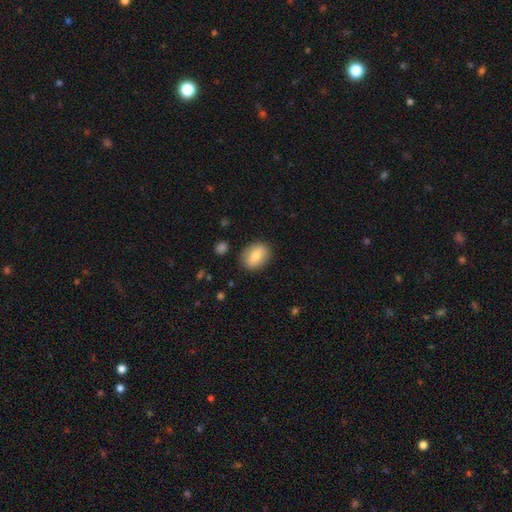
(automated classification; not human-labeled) A smooth galaxy with no disk features (77%) that is in between round and cigar-shaped (68%). Merging: none (87%).